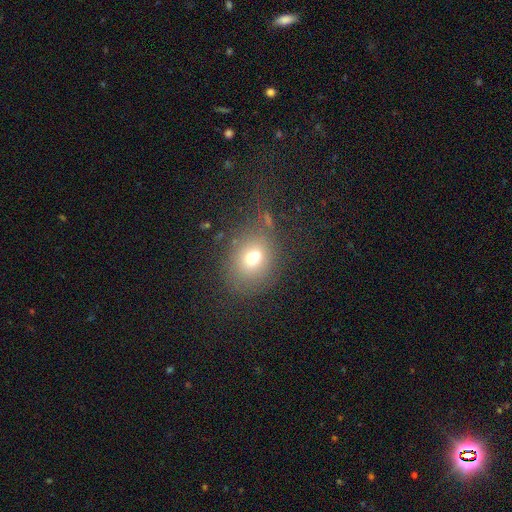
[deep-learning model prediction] smooth-or-featured: smooth: 65% | featured or disk: 19% | star or artifact: 15%
  how-rounded: round: 56% | in between: 43% | cigar-shaped: 1%
  merging: none: 52% | merger: 25% | minor disturbance: 14% | major disturbance: 9%